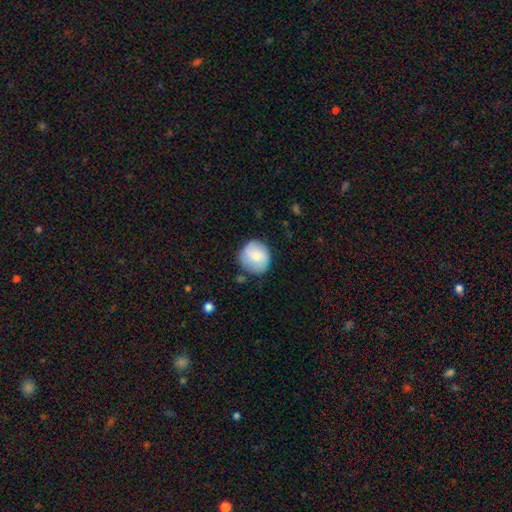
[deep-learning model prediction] smooth_or_featured: smooth (p=0.76) [alt: featured or disk p=0.17]
how_rounded: round (p=0.88) [alt: in between p=0.11]
merging: none (p=0.74) [alt: minor disturbance p=0.19]